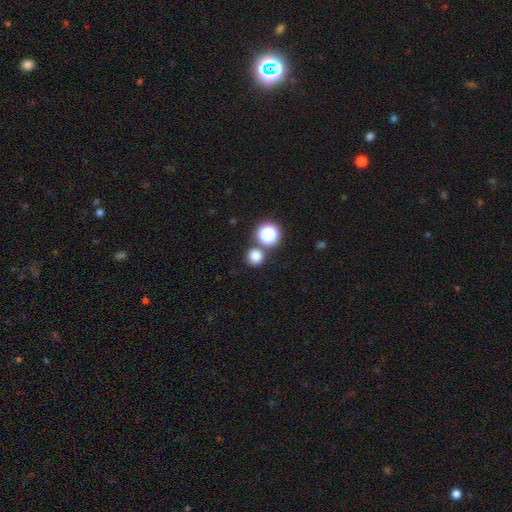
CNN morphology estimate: Smooth or featured: smooth — 79% (star or artifact — 16%)
How rounded: round — 91% (in between — 8%)
Merging: none — 74% (merger — 16%)